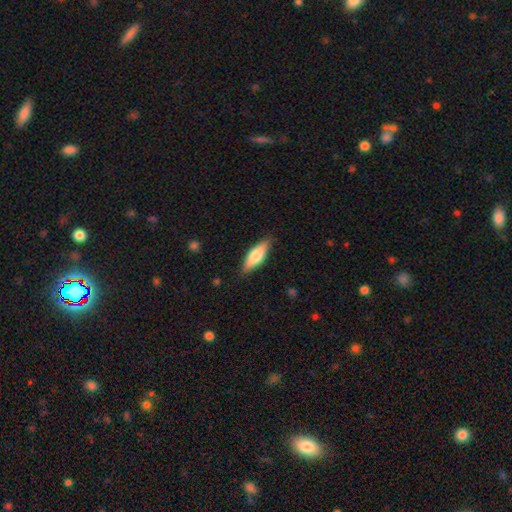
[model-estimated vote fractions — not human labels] Q: Smooth or featured?
A: smooth (70%); runner-up: featured or disk (24%)
Q: How rounded?
A: in between (59%); runner-up: cigar-shaped (39%)
Q: Merging?
A: none (85%); runner-up: minor disturbance (11%)